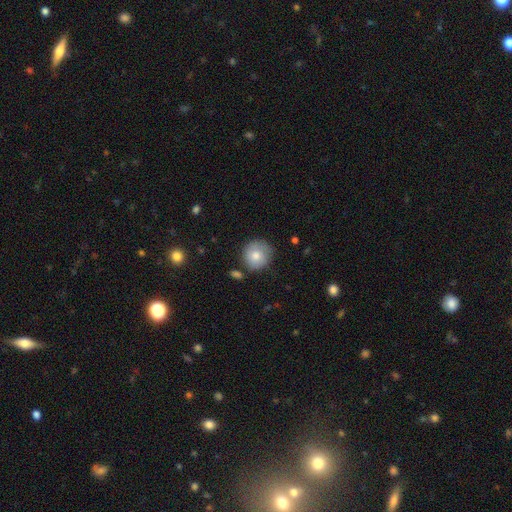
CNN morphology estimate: Overall: smooth (78%). How rounded: round (92%). Merging: none (75%).